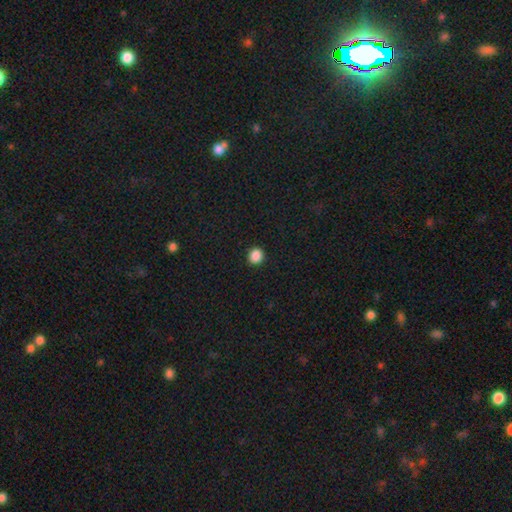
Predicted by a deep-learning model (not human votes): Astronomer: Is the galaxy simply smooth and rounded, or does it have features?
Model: smooth — 87%.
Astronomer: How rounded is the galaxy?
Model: round — 89%.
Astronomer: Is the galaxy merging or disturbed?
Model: none — 93%.